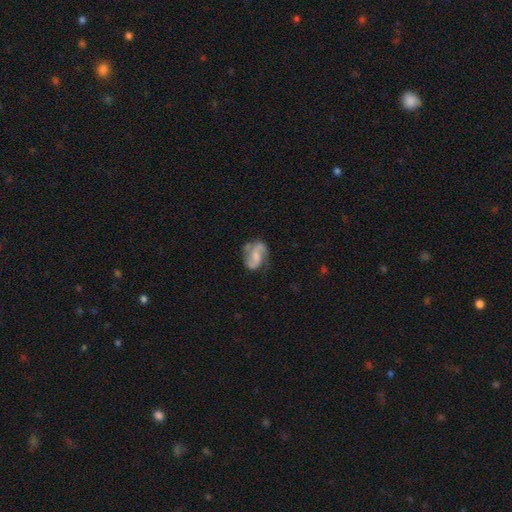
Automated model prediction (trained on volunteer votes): Morphology: type=featured or disk (78%); edge-on=no (98%); bar=no (43%); spiral arms=yes (94%); winding=medium (48%); arm count=2 (88%); bulge=small (36%); merging=none (63%).